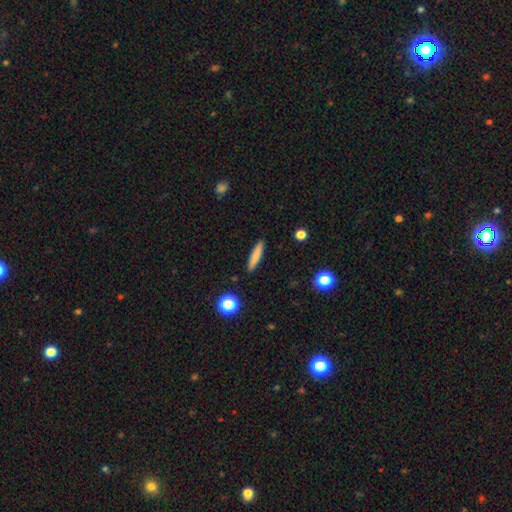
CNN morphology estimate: Q: Smooth or featured?
A: smooth (79%); runner-up: featured or disk (14%)
Q: How rounded?
A: cigar-shaped (90%); runner-up: in between (8%)
Q: Merging?
A: none (90%); runner-up: minor disturbance (6%)